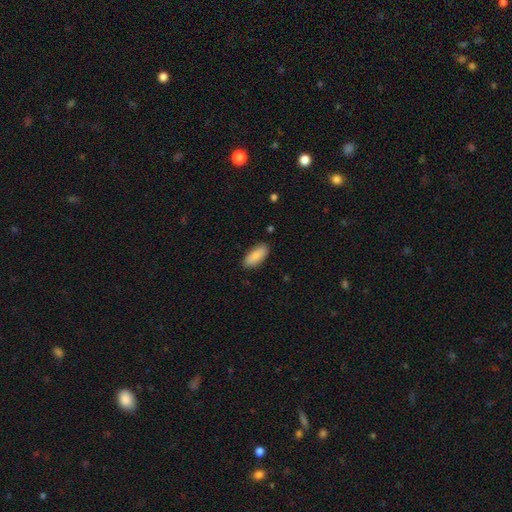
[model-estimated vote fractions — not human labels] Smooth or featured?
  - smooth: 87% *
  - featured or disk: 7%
  - star or artifact: 6%
How rounded?
  - in between: 86% *
  - cigar-shaped: 13%
  - round: 2%
Merging?
  - none: 87% *
  - minor disturbance: 10%
  - major disturbance: 2%
  - merger: 1%